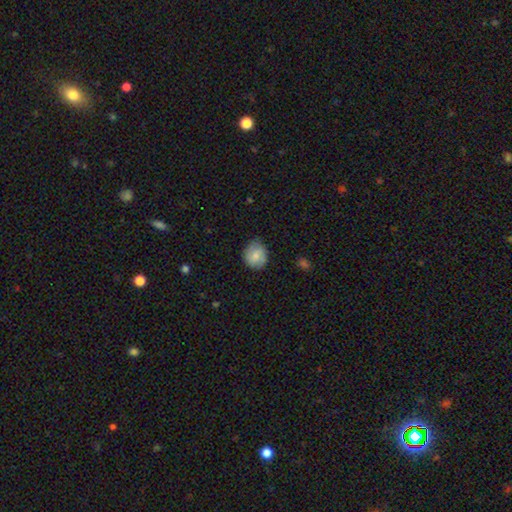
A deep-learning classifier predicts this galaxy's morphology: A smooth galaxy with no disk features (74%) that is round (75%).

Vote fractions:
- Smooth or featured? smooth: 74% / featured or disk: 19% / star or artifact: 7%
- How rounded? round: 75% / in between: 24% / cigar-shaped: 1%
- Merging? none: 72% / minor disturbance: 23% / major disturbance: 4% / merger: 1%